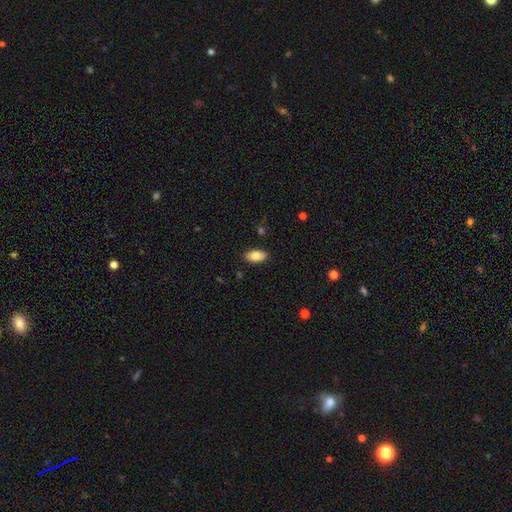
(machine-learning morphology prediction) Smooth or featured? Predicted: smooth (p=0.81). How rounded? Predicted: in between (p=0.93). Merging? Predicted: none (p=0.88).